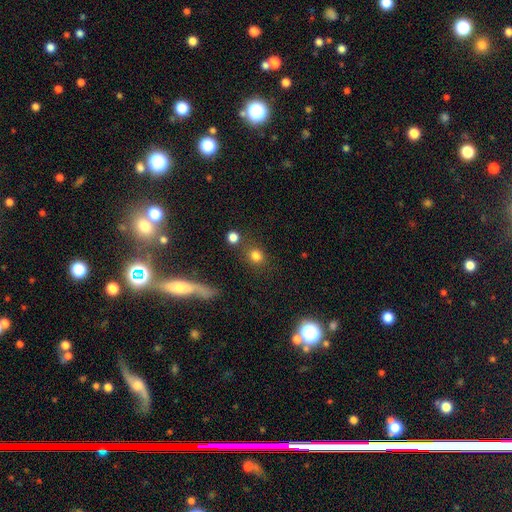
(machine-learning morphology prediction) A smooth galaxy with no disk features (79%) that is round (78%).

Vote fractions:
- Smooth or featured? smooth: 79% / star or artifact: 14% / featured or disk: 7%
- How rounded? round: 78% / in between: 20% / cigar-shaped: 2%
- Merging? none: 73% / merger: 11% / minor disturbance: 11% / major disturbance: 5%